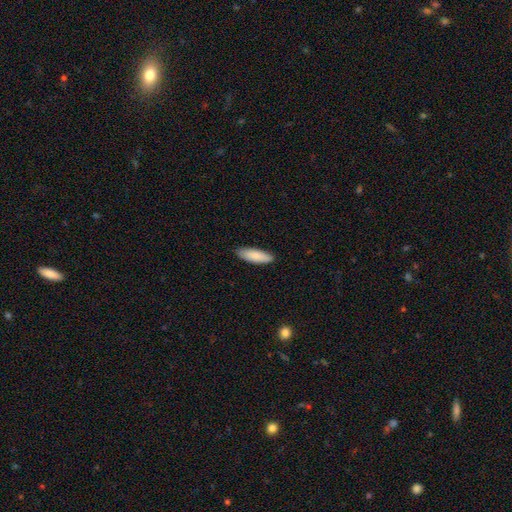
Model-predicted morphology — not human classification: This appears to be a smooth galaxy with no disk features (87%) that is in between round and cigar-shaped (58%). Merging: none (88%).